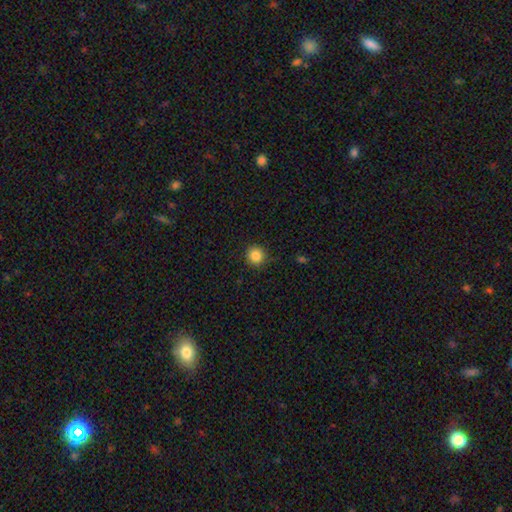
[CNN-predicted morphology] Smooth or featured? Predicted: smooth (p=0.84). How rounded? Predicted: round (p=0.94). Merging? Predicted: none (p=0.86).